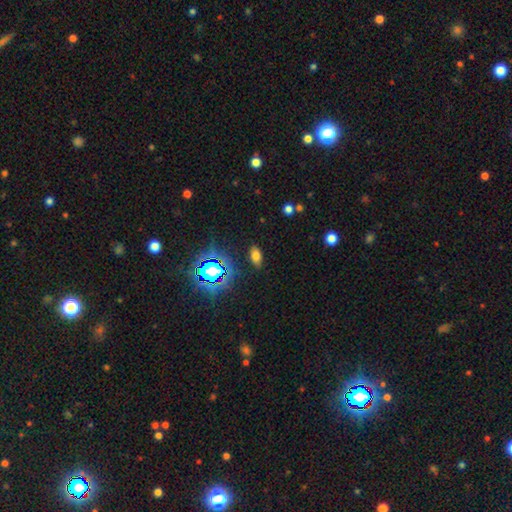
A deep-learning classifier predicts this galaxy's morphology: smooth 67%, star or artifact 24%, featured or disk 9%. Down the decision tree: how rounded — in between (89%); merging — none (86%).